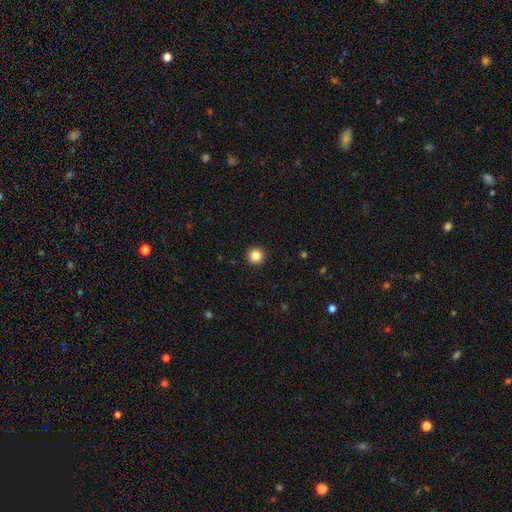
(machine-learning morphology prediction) The model was most divided on "smooth or featured": smooth: 85%, star or artifact: 11%, featured or disk: 4%. More confident: how rounded — round (96%); merging — none (93%).